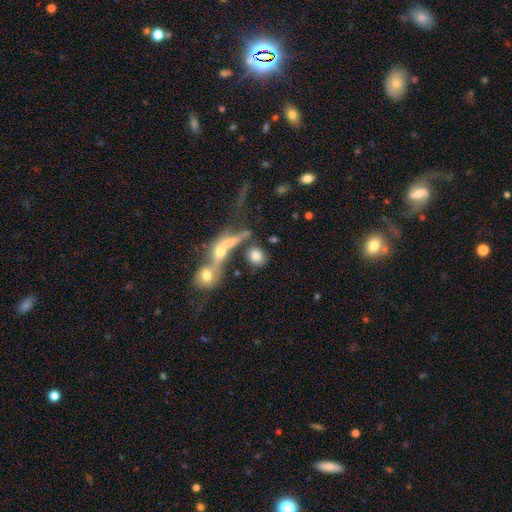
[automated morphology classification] smooth 75%, featured or disk 14%, star or artifact 11%. Down the decision tree: how rounded — round (61%); merging — none (48%).